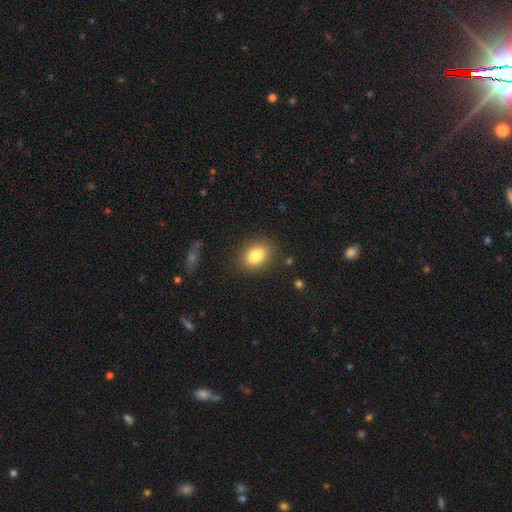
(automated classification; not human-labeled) smooth 82%, star or artifact 9%, featured or disk 8%. Down the decision tree: how rounded — in between (67%); merging — none (85%).